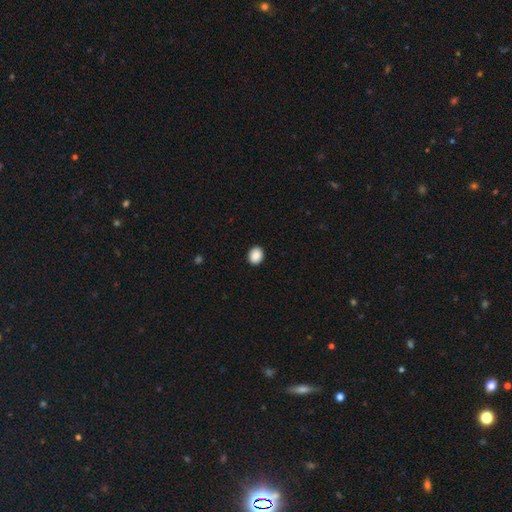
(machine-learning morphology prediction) Smooth or featured: smooth — 89% (star or artifact — 8%)
How rounded: round — 55% (in between — 44%)
Merging: none — 92% (minor disturbance — 6%)